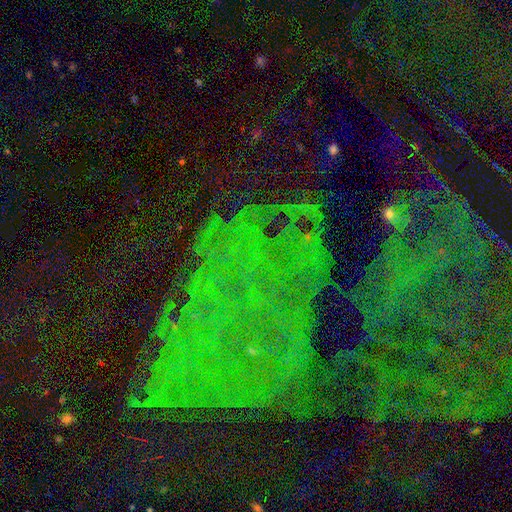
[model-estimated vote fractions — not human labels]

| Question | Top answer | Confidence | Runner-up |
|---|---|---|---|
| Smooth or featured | star or artifact | 79% | featured or disk (11%) |